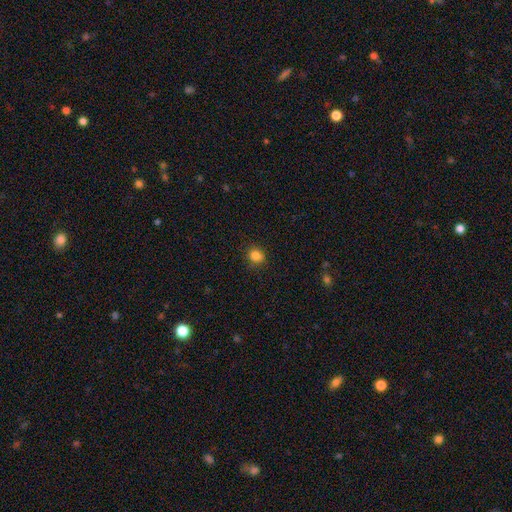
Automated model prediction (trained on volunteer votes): This appears to be a smooth galaxy with no disk features (83%) that is round (69%). Merging: none (84%).